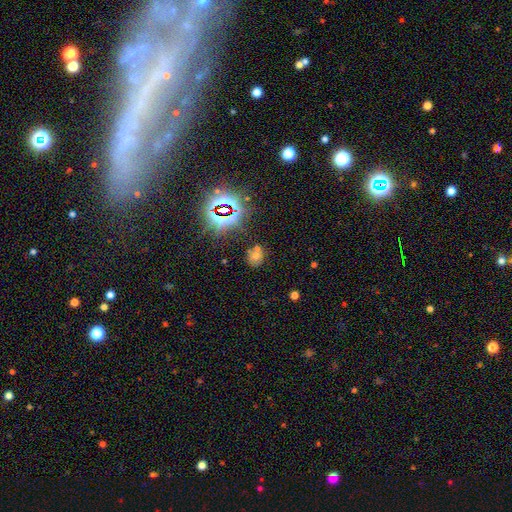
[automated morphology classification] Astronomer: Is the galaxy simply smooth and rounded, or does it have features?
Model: smooth — 49% (runner-up: star or artifact, 37%).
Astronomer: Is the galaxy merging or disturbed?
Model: none — 62%.